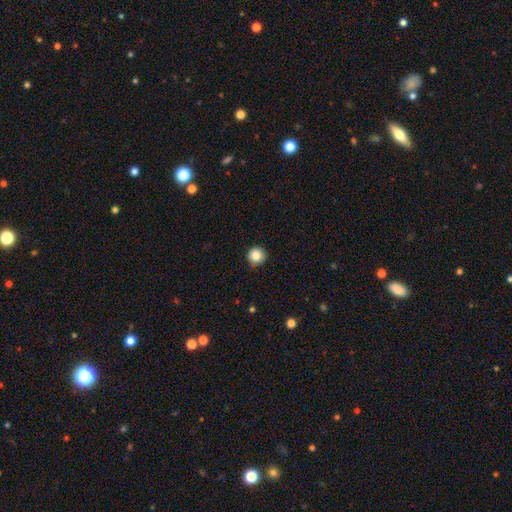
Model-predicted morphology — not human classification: Q: Smooth or featured?
A: smooth (85%); runner-up: star or artifact (10%)
Q: How rounded?
A: round (95%); runner-up: in between (4%)
Q: Merging?
A: none (90%); runner-up: minor disturbance (7%)